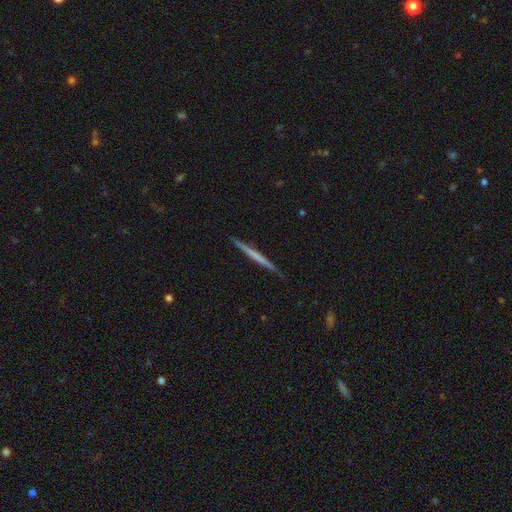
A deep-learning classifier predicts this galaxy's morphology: Smooth or featured: featured or disk — 53% (smooth — 42%)
Edge-on disk: yes — 98% (no — 2%)
Edge-on bulge: none — 86% (rounded — 9%)
Merging: none — 90% (minor disturbance — 8%)